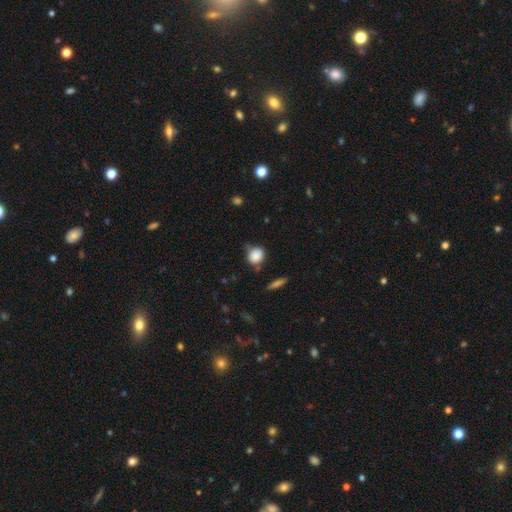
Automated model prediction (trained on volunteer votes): Smooth or featured?
  - smooth: 84% *
  - star or artifact: 9%
  - featured or disk: 7%
How rounded?
  - round: 74% *
  - in between: 24%
  - cigar-shaped: 2%
Merging?
  - none: 58% *
  - minor disturbance: 30%
  - major disturbance: 7%
  - merger: 6%